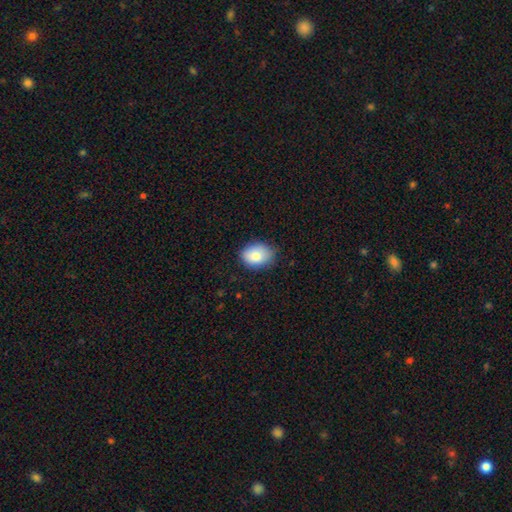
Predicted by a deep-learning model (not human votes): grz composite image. It shows a smooth galaxy with no disk features (83%) that is in between round and cigar-shaped (69%). Merging: none (79%).